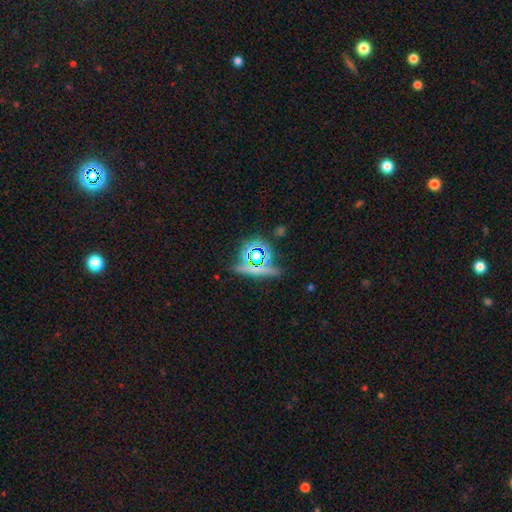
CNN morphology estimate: A star or artifact, not a galaxy (44%).